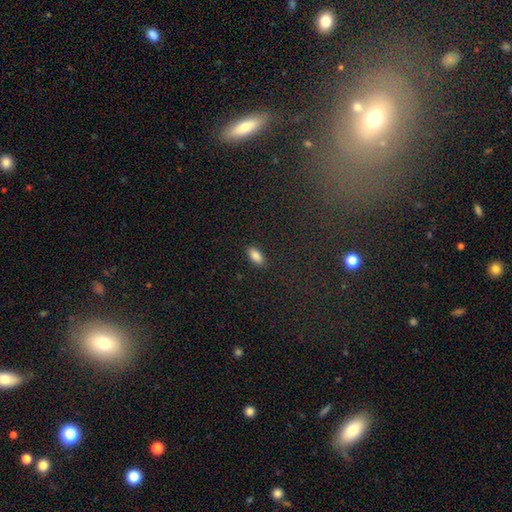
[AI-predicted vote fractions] Smooth or featured?
  - smooth: 87% *
  - star or artifact: 8%
  - featured or disk: 5%
How rounded?
  - in between: 91% *
  - cigar-shaped: 7%
  - round: 2%
Merging?
  - none: 87% *
  - minor disturbance: 9%
  - major disturbance: 2%
  - merger: 1%